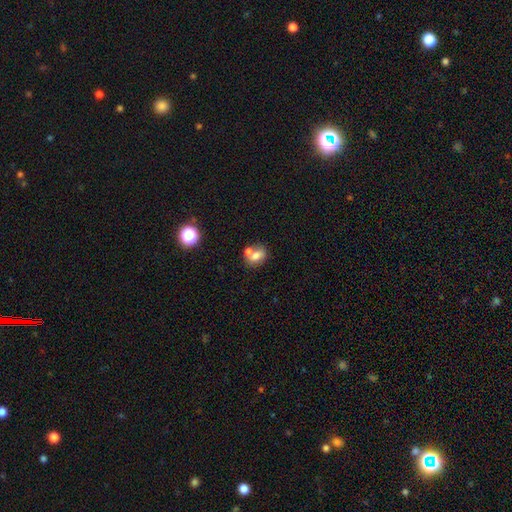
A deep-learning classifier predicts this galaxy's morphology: Q: Smooth or featured?
A: smooth (69%); runner-up: featured or disk (20%)
Q: How rounded?
A: in between (60%); runner-up: round (38%)
Q: Merging?
A: none (45%); runner-up: merger (40%)